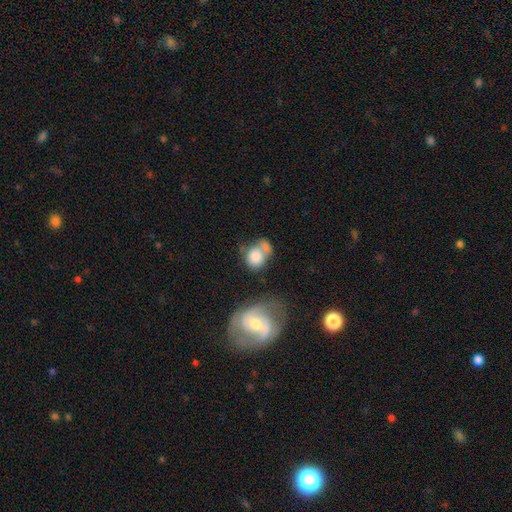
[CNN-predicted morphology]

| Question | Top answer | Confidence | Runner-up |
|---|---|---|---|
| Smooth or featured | smooth | 77% | featured or disk (16%) |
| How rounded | round | 58% | in between (40%) |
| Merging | merger | 45% | none (29%) |